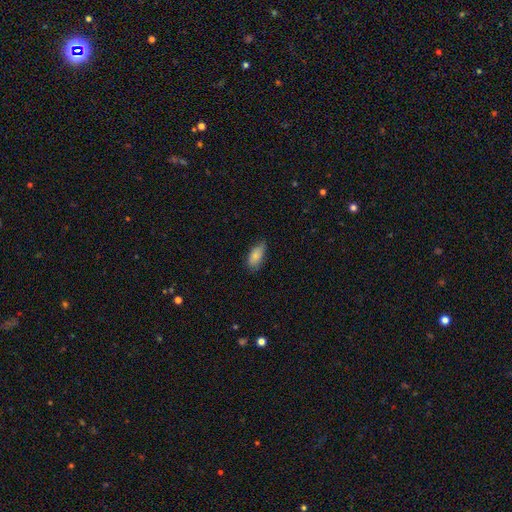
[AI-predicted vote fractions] smooth-or-featured: smooth: 84% | featured or disk: 9% | star or artifact: 7%
  how-rounded: in between: 86% | cigar-shaped: 11% | round: 3%
  merging: none: 68% | minor disturbance: 27% | major disturbance: 4% | merger: 1%